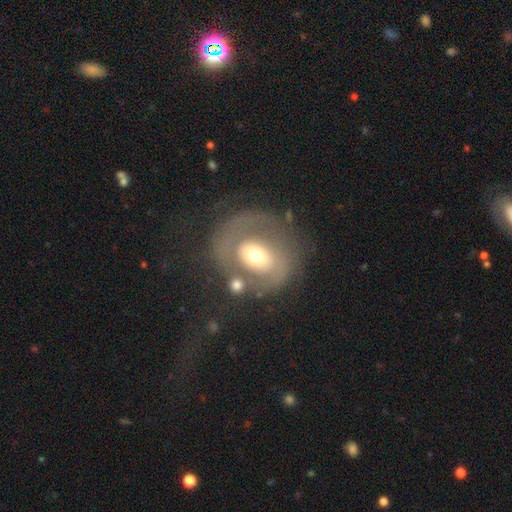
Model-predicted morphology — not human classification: A featured or disk galaxy (58%) with no bar (72%), no spiral arms (62%) and a moderate central bulge (65%). Merging: none (56%).